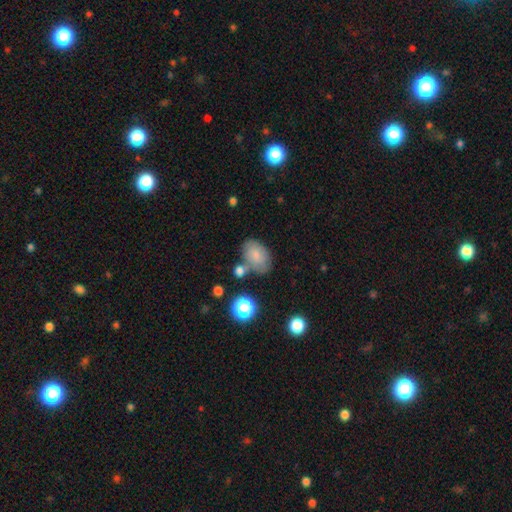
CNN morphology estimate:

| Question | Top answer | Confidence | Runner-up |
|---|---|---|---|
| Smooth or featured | smooth | 78% | featured or disk (13%) |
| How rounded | in between | 85% | round (14%) |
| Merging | none | 56% | minor disturbance (20%) |